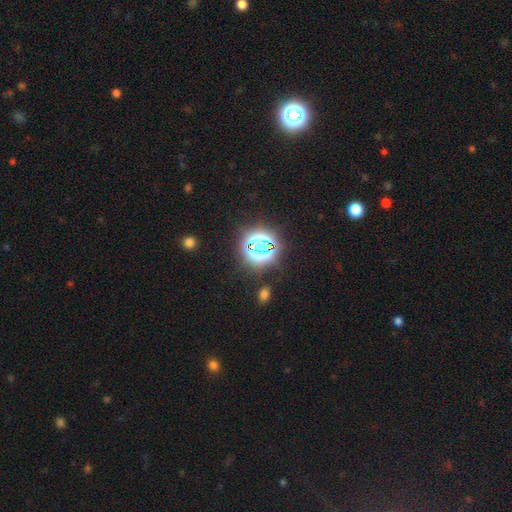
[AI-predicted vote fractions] Smooth or featured: star or artifact — 70% (smooth — 21%)